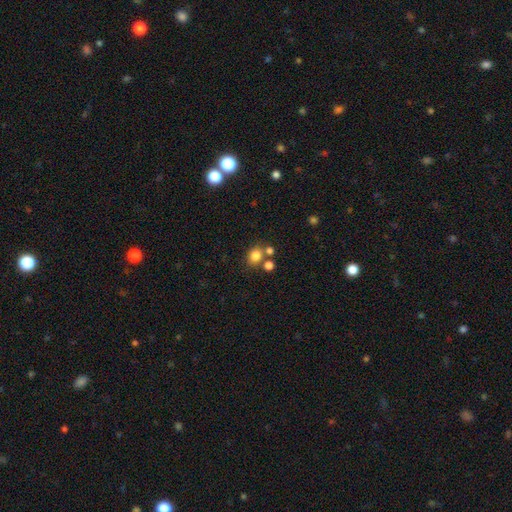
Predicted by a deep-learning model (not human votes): This appears to be a smooth galaxy with no disk features (81%) that is round (64%). Merging: none (64%).